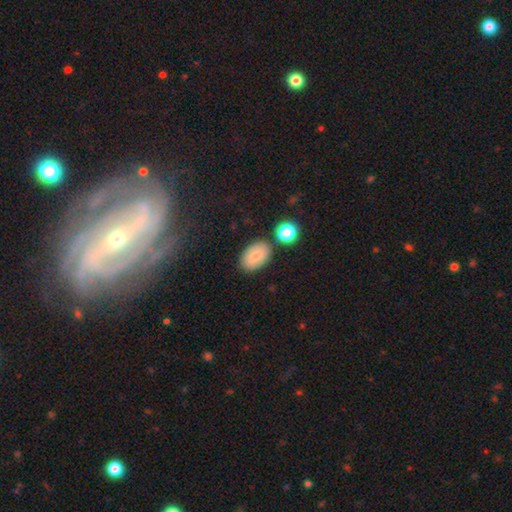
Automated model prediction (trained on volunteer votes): smooth_or_featured: smooth (p=0.79) [alt: featured or disk p=0.13]
how_rounded: in between (p=0.90) [alt: round p=0.08]
merging: none (p=0.75) [alt: minor disturbance p=0.14]